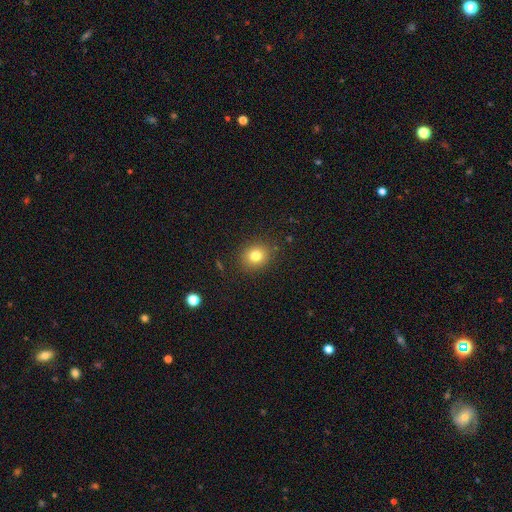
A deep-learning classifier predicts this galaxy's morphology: This appears to be a smooth galaxy with no disk features (79%) that is round (73%). Merging: none (88%).